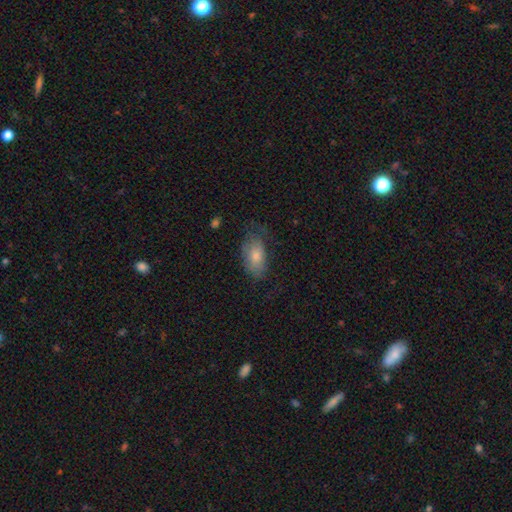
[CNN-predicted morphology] smooth-or-featured: smooth: 70% | featured or disk: 21% | star or artifact: 9%
  how-rounded: in between: 90% | round: 6% | cigar-shaped: 5%
  merging: none: 60% | minor disturbance: 27% | major disturbance: 11% | merger: 1%